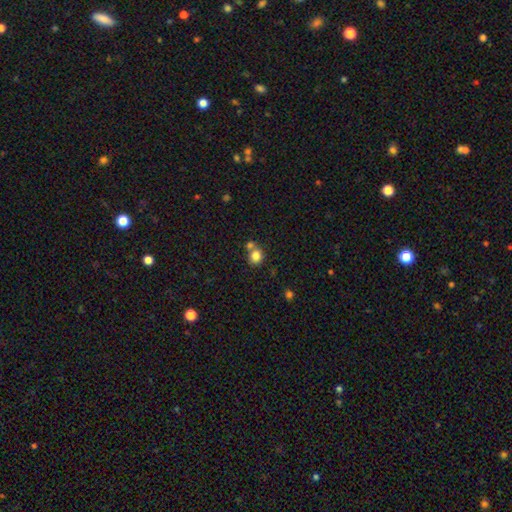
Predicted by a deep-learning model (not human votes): A smooth galaxy with no disk features (82%) that is round (82%). Merging: none (54%).